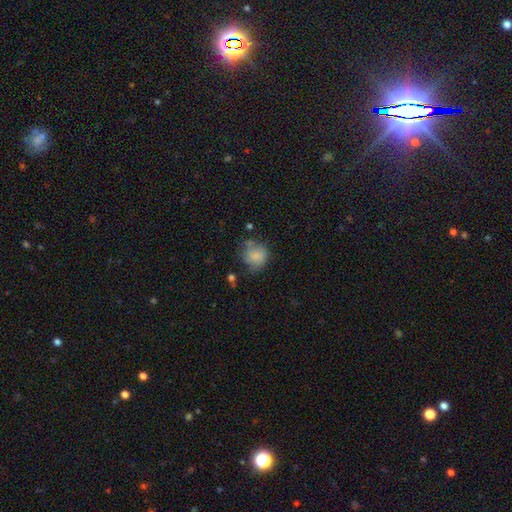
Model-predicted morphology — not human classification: Overall: smooth (74%). How rounded: round (73%). Merging: none (49%; minor disturbance 30%).